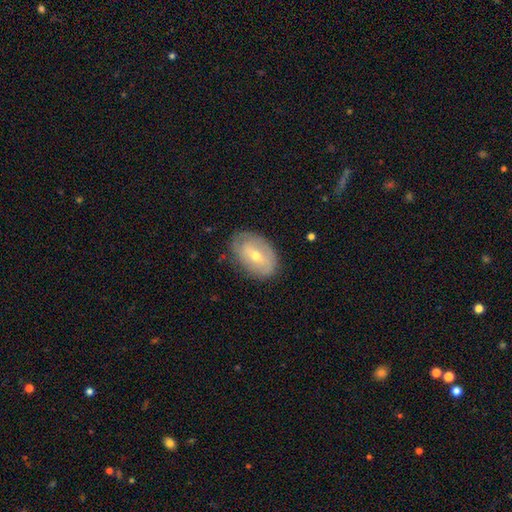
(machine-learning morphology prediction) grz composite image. It shows a featured or disk galaxy (52%). Merging: none (73%).